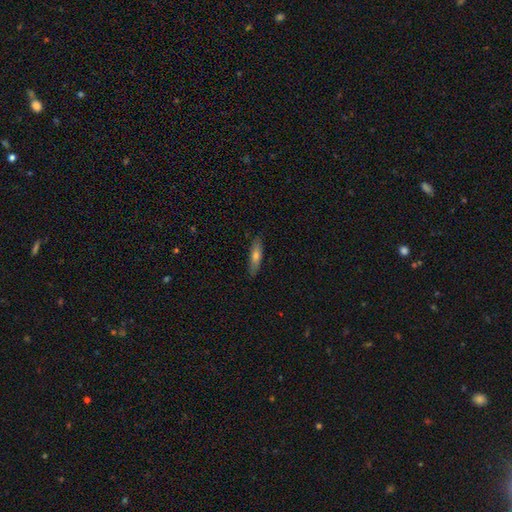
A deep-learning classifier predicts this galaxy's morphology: smooth 62%, featured or disk 31%, star or artifact 7%. Down the decision tree: how rounded — cigar-shaped (69%); merging — none (86%).